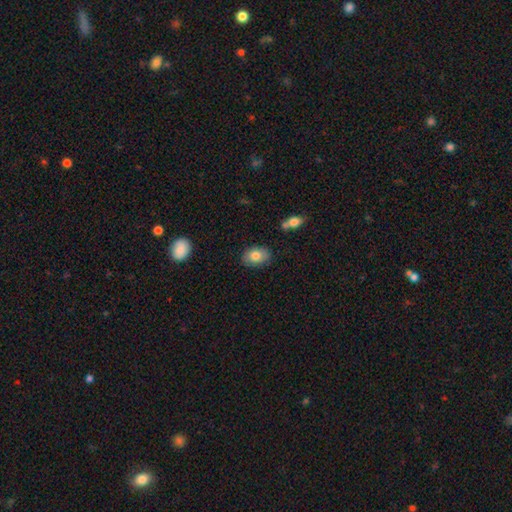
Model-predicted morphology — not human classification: Smooth or featured?
  - smooth: 79% *
  - featured or disk: 14%
  - star or artifact: 7%
How rounded?
  - in between: 82% *
  - round: 17%
  - cigar-shaped: 1%
Merging?
  - none: 82% *
  - minor disturbance: 13%
  - major disturbance: 3%
  - merger: 2%